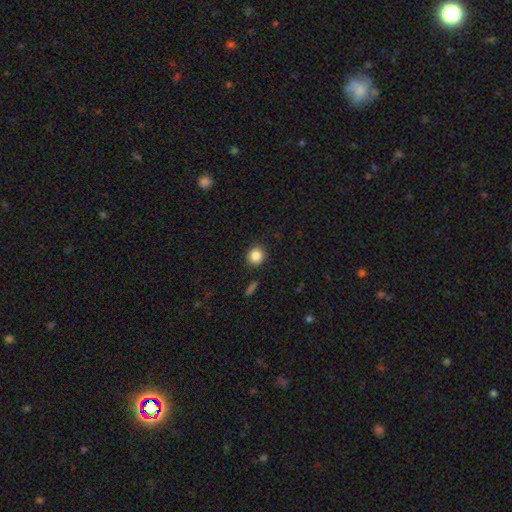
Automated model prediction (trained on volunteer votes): Q: Smooth or featured?
A: smooth (86%); runner-up: star or artifact (10%)
Q: How rounded?
A: round (86%); runner-up: in between (13%)
Q: Merging?
A: none (89%); runner-up: minor disturbance (7%)